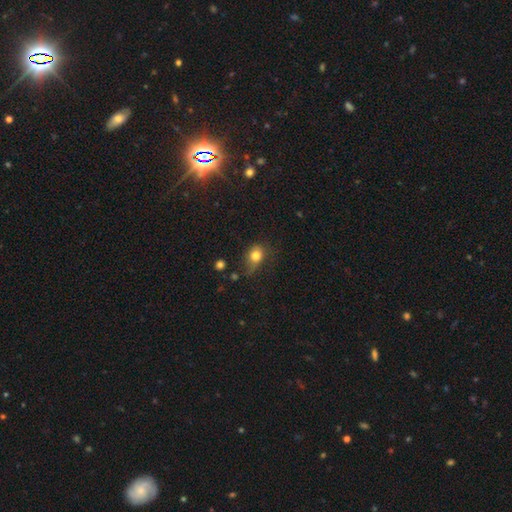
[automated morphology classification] Q: Smooth or featured?
A: smooth (79%); runner-up: star or artifact (12%)
Q: How rounded?
A: round (50%); runner-up: in between (49%)
Q: Merging?
A: none (46%); runner-up: minor disturbance (33%)